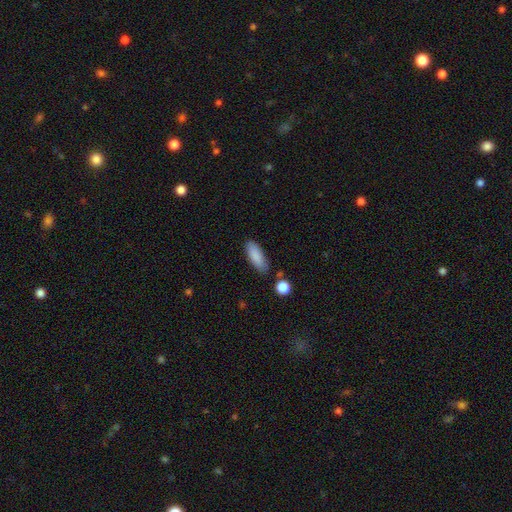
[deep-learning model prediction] Smooth or featured? Predicted: smooth (p=0.87). How rounded? Predicted: in between (p=0.70). Merging? Predicted: none (p=0.80).